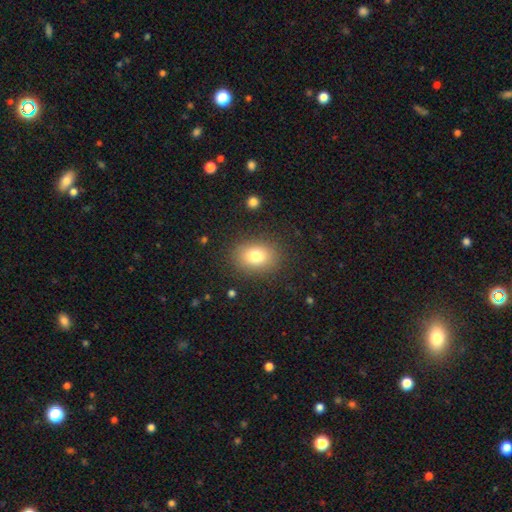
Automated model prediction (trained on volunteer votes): Q: Smooth or featured?
A: smooth (79%); runner-up: featured or disk (11%)
Q: How rounded?
A: in between (61%); runner-up: round (38%)
Q: Merging?
A: none (85%); runner-up: minor disturbance (9%)